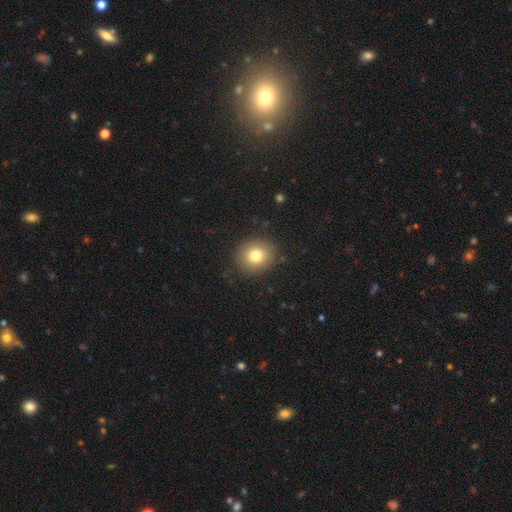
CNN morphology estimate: This is likely a smooth galaxy (78%). How rounded: clearly round (84%). Merging: clearly none (88%).